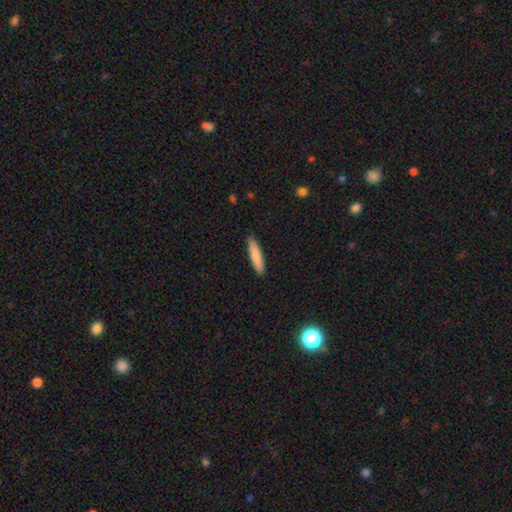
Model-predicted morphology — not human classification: This appears to be a smooth galaxy with no disk features (82%) that is cigar-shaped (85%). Merging: none (90%).